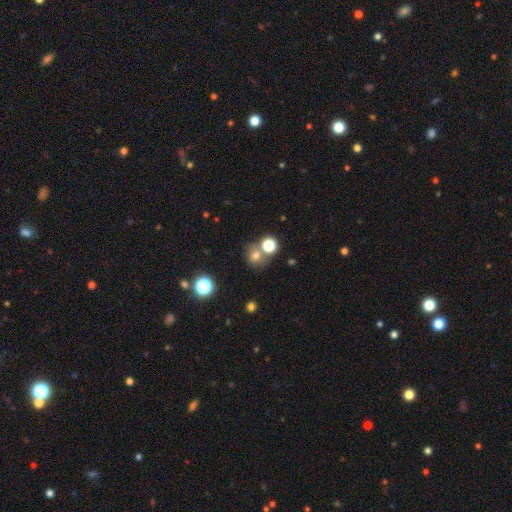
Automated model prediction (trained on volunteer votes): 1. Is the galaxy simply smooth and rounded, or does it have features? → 70% smooth, 20% star or artifact, 10% featured or disk.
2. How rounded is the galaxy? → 84% round, 15% in between, 1% cigar-shaped.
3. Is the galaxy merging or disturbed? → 59% none, 27% merger, 10% minor disturbance, 4% major disturbance.